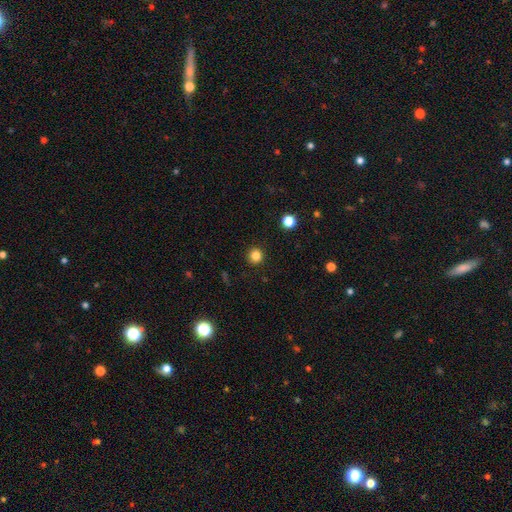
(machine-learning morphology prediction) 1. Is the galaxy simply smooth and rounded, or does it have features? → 83% smooth, 13% star or artifact, 5% featured or disk.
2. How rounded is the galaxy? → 95% round, 4% in between, 1% cigar-shaped.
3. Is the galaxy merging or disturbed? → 93% none, 5% minor disturbance, 2% major disturbance, 1% merger.